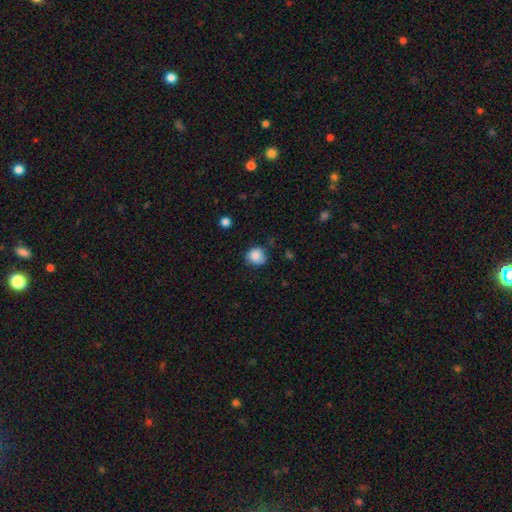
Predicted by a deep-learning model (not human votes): Smooth or featured: smooth — 84% (star or artifact — 9%)
How rounded: round — 80% (in between — 19%)
Merging: none — 64% (minor disturbance — 27%)